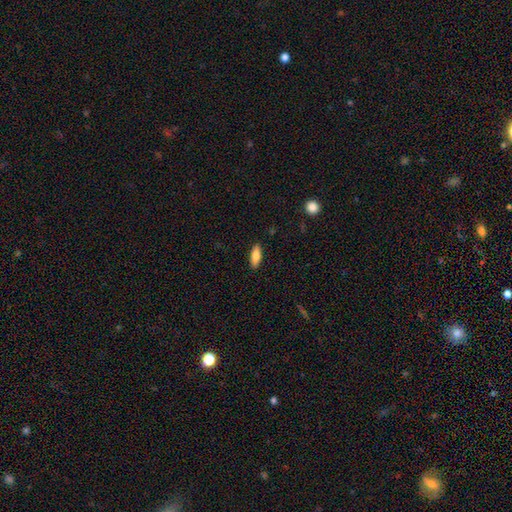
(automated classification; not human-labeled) Q: Smooth or featured?
A: smooth (79%); runner-up: featured or disk (15%)
Q: How rounded?
A: in between (63%); runner-up: cigar-shaped (35%)
Q: Merging?
A: none (89%); runner-up: minor disturbance (8%)